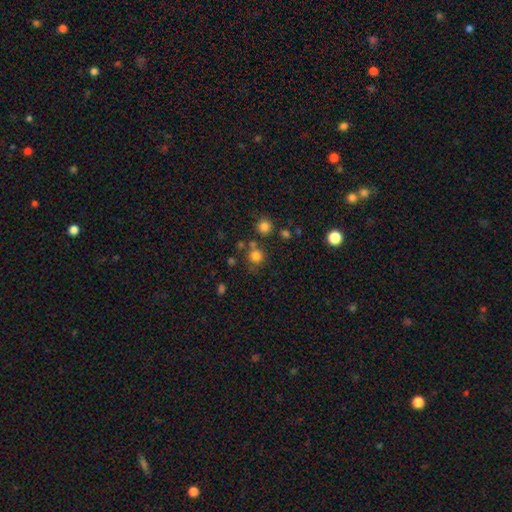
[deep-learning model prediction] smooth 78%, star or artifact 16%, featured or disk 7%. Down the decision tree: how rounded — round (90%); merging — none (68%).